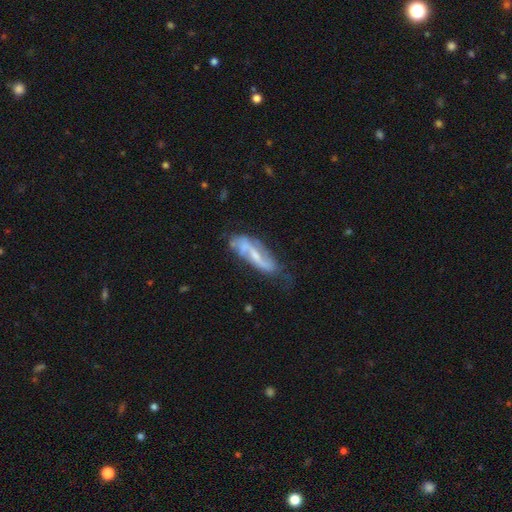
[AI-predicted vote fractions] Q: Smooth or featured?
A: featured or disk (73%); runner-up: smooth (20%)
Q: Edge-on disk?
A: no (83%); runner-up: yes (17%)
Q: Bar?
A: weak (39%); runner-up: strong (32%)
Q: Spiral arms?
A: yes (86%); runner-up: no (14%)
Q: Spiral winding?
A: loose (53%); runner-up: medium (33%)
Q: Spiral arm count?
A: 2 (78%); runner-up: can't tell (13%)
Q: Bulge size?
A: small (54%); runner-up: moderate (31%)
Q: Merging?
A: none (53%); runner-up: minor disturbance (28%)